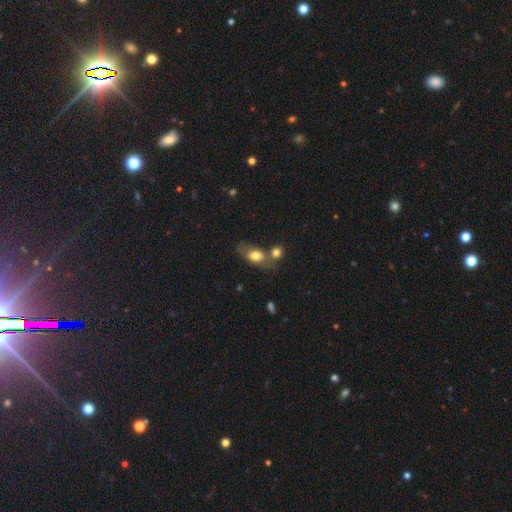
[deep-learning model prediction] smooth-or-featured: smooth: 75% | featured or disk: 16% | star or artifact: 9%
  how-rounded: in between: 77% | round: 18% | cigar-shaped: 5%
  merging: none: 44% | merger: 35% | minor disturbance: 15% | major disturbance: 7%